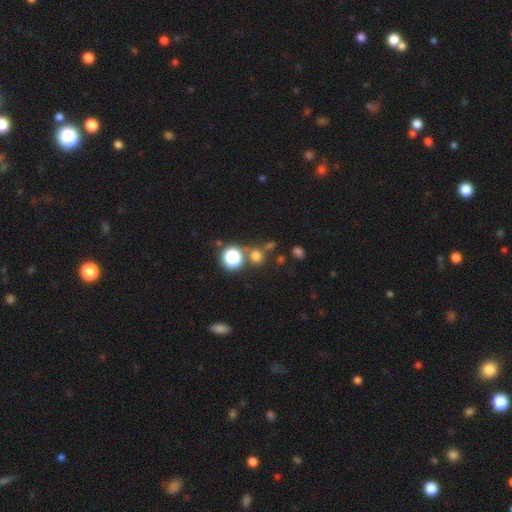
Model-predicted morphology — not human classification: Smooth or featured? smooth (64%)
How rounded? round (87%)
Merging? none (69%)